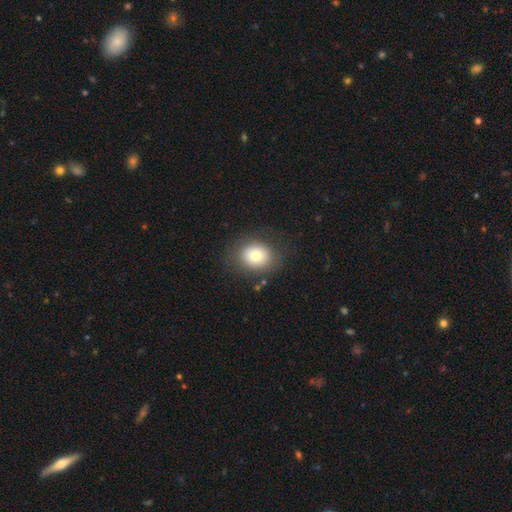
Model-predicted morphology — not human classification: Smooth or featured? Predicted: smooth (p=0.77). How rounded? Predicted: round (p=0.62). Merging? Predicted: none (p=0.82).